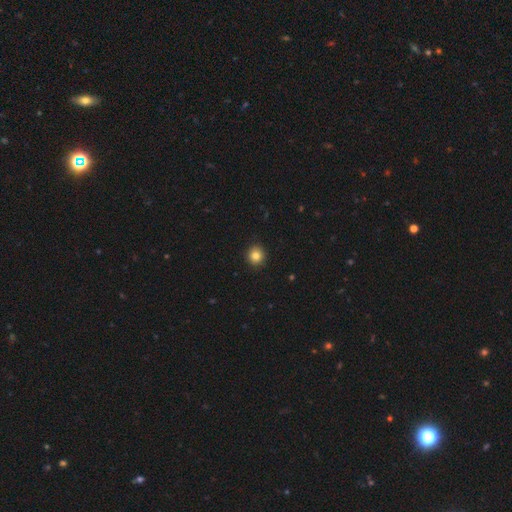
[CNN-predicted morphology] This appears to be a smooth galaxy with no disk features (83%) that is round (92%). Merging: none (92%).